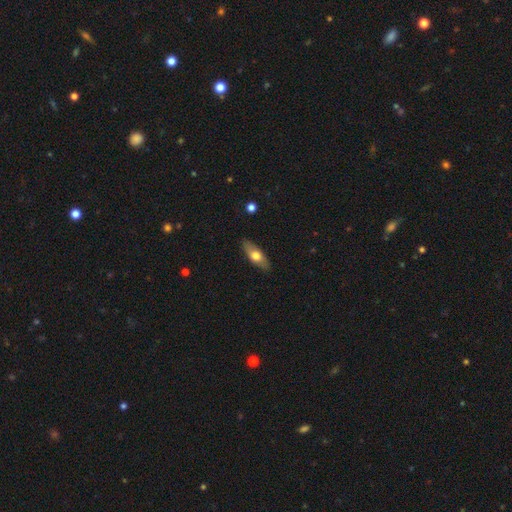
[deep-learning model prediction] This appears to be a smooth galaxy with no disk features (60%) that is in between round and cigar-shaped (69%). Merging: none (87%).